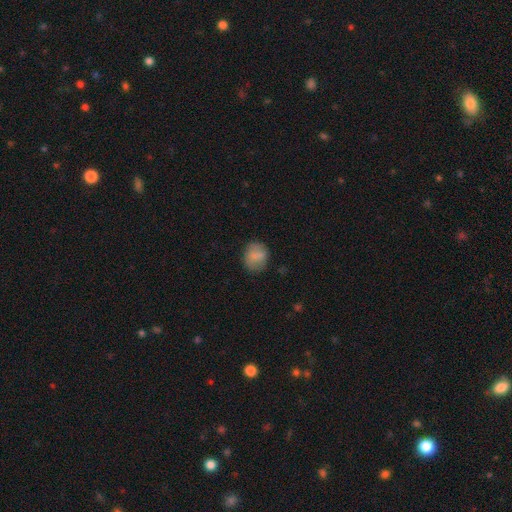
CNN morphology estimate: smooth_or_featured: smooth (p=0.74) [alt: featured or disk p=0.17]
how_rounded: round (p=0.67) [alt: in between p=0.32]
merging: none (p=0.71) [alt: minor disturbance p=0.20]